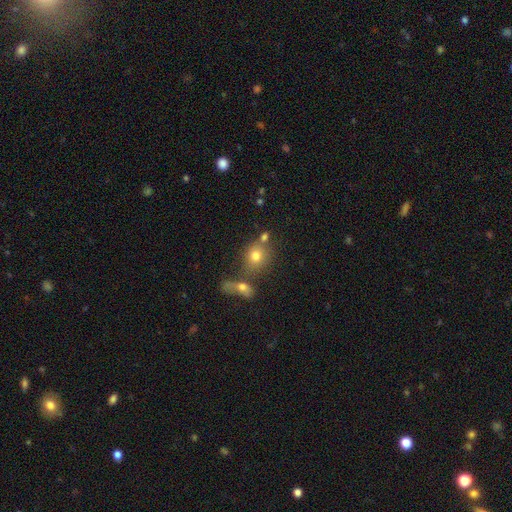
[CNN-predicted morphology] Q: Smooth or featured?
A: smooth (74%); runner-up: featured or disk (14%)
Q: How rounded?
A: round (65%); runner-up: in between (33%)
Q: Merging?
A: none (51%); runner-up: merger (30%)